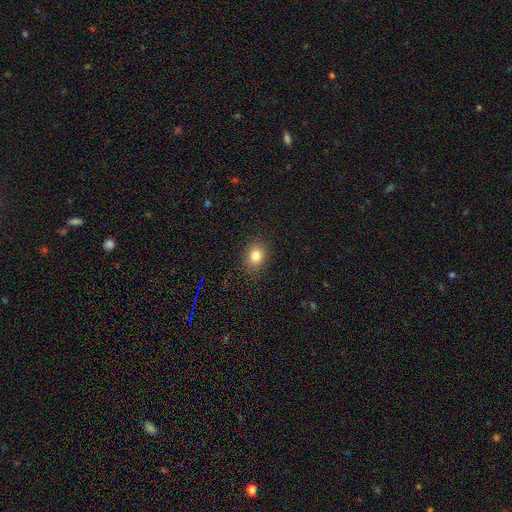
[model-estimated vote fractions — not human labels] Smooth or featured? smooth (81%)
How rounded? round (51%)
Merging? none (87%)